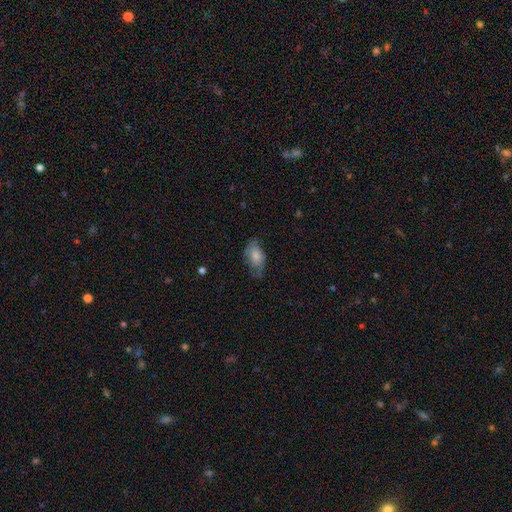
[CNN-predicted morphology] A smooth galaxy with no disk features (74%) that is in between round and cigar-shaped (91%). Merging: none (56%).